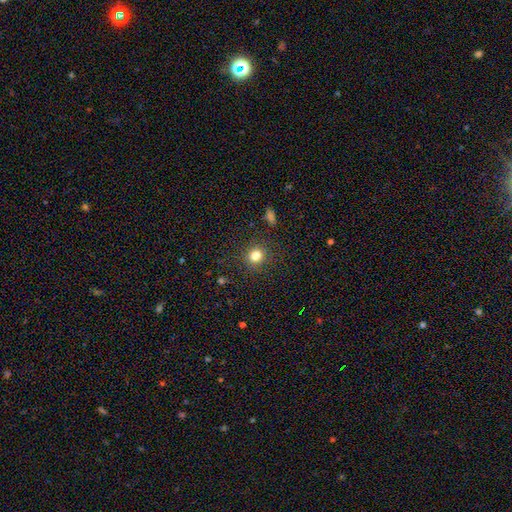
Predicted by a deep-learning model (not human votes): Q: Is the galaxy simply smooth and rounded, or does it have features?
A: smooth — 80%.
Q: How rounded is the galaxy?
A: round — 87%.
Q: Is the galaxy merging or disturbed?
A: none — 88%.